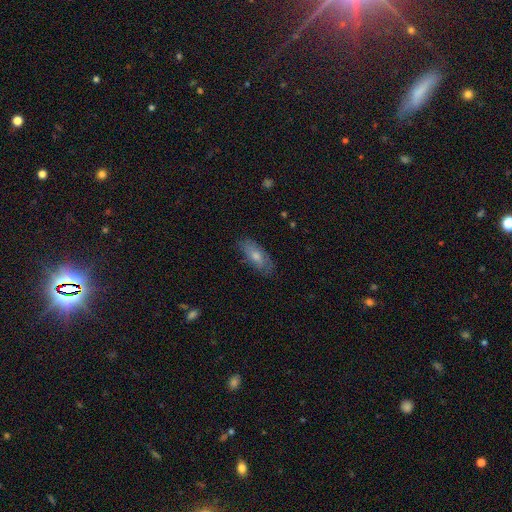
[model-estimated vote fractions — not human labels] smooth-or-featured: smooth: 55% | featured or disk: 37% | star or artifact: 9%
  how-rounded: in between: 74% | cigar-shaped: 22% | round: 4%
  merging: none: 81% | minor disturbance: 15% | major disturbance: 3% | merger: 1%